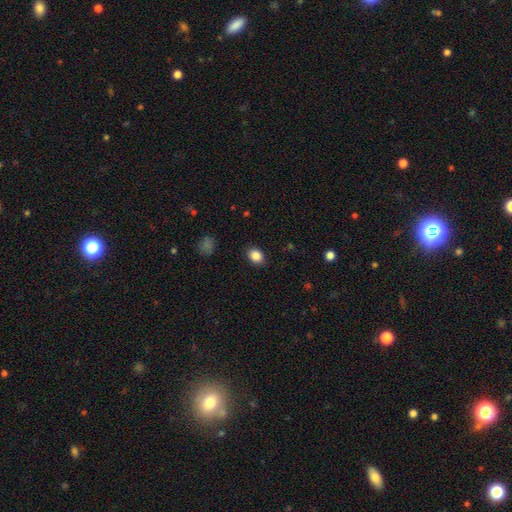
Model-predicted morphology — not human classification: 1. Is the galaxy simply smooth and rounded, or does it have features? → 86% smooth, 9% star or artifact, 4% featured or disk.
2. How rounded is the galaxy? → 59% in between, 41% round, 1% cigar-shaped.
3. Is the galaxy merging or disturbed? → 88% none, 9% minor disturbance, 2% major disturbance, 1% merger.